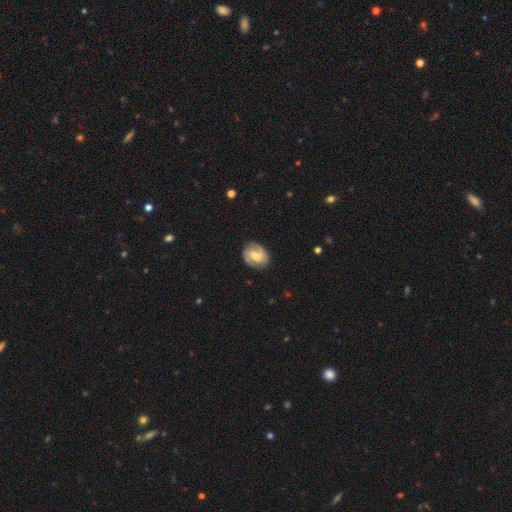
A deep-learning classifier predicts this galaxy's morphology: Smooth or featured?
  - featured or disk: 68% *
  - smooth: 26%
  - star or artifact: 6%
Edge-on disk?
  - no: 97% *
  - yes: 3%
Bar?
  - weak: 51% *
  - no: 32%
  - strong: 16%
Spiral arms?
  - yes: 91% *
  - no: 9%
Spiral winding?
  - medium: 45% *
  - tight: 36%
  - loose: 19%
Spiral arm count?
  - 2: 84% *
  - can't tell: 8%
  - 1: 3%
  - 3: 2%
  - 4: 1%
  - more than 4: 1%
Bulge size?
  - moderate: 56% *
  - small: 32%
  - large: 7%
  - none: 5%
  - dominant: 1%
Merging?
  - none: 81% *
  - minor disturbance: 14%
  - major disturbance: 4%
  - merger: 1%